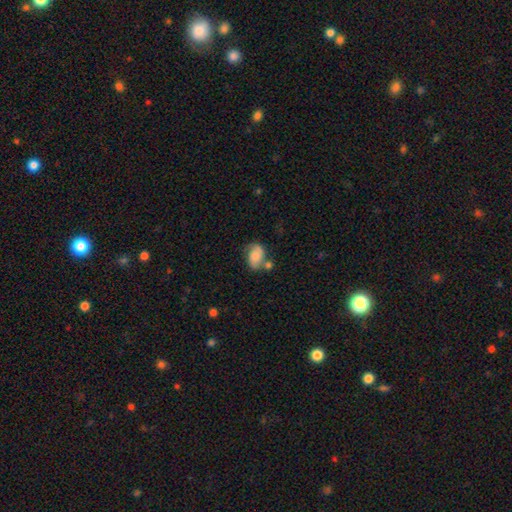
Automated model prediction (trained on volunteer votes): Smooth or featured? Predicted: smooth (p=0.63). How rounded? Predicted: in between (p=0.85). Merging? Predicted: none (p=0.47).